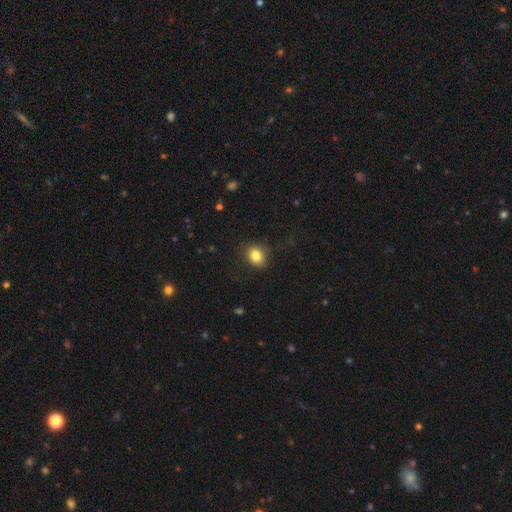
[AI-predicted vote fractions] This is clearly a smooth galaxy (82%). How rounded: possibly in between (56%). Merging: clearly none (80%).